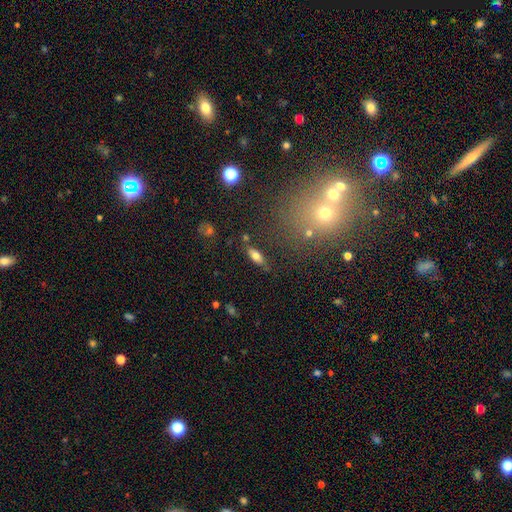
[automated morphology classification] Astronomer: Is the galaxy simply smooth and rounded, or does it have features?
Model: smooth — 70%.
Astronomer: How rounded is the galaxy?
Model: in between — 77%.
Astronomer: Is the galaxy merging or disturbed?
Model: none — 79%.